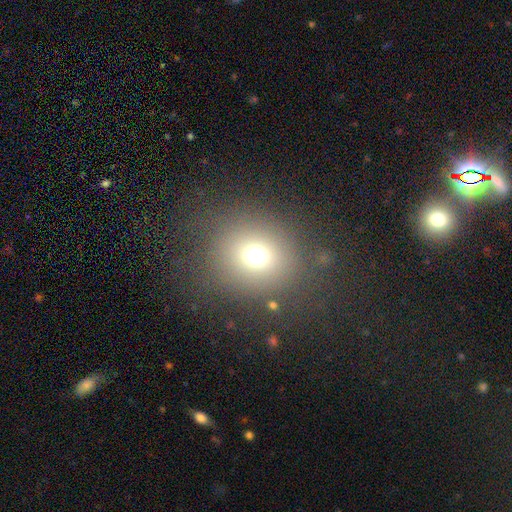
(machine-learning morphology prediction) The model was most divided on "smooth or featured": smooth: 69%, star or artifact: 22%, featured or disk: 10%. More confident: how rounded — round (87%); merging — none (78%).